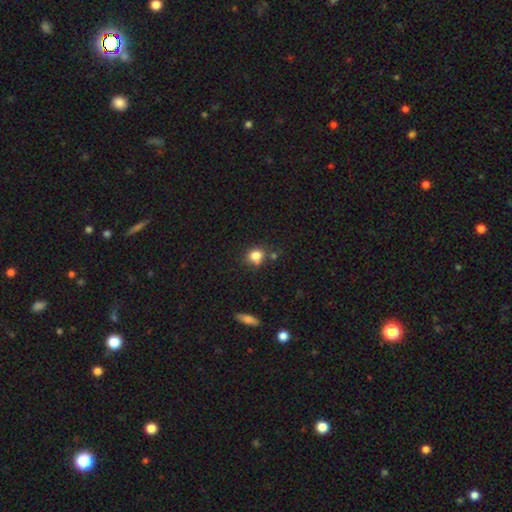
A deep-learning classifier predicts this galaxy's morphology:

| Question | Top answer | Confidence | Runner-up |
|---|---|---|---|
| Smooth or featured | smooth | 81% | star or artifact (12%) |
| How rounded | round | 68% | in between (31%) |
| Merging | none | 65% | minor disturbance (18%) |